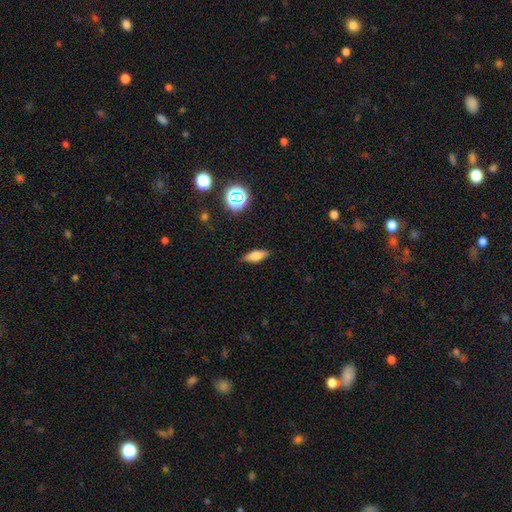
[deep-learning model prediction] The model was most divided on "how rounded": in between: 68%, cigar-shaped: 28%, round: 4%. More confident: merging — none (86%); smooth or featured — smooth (71%).